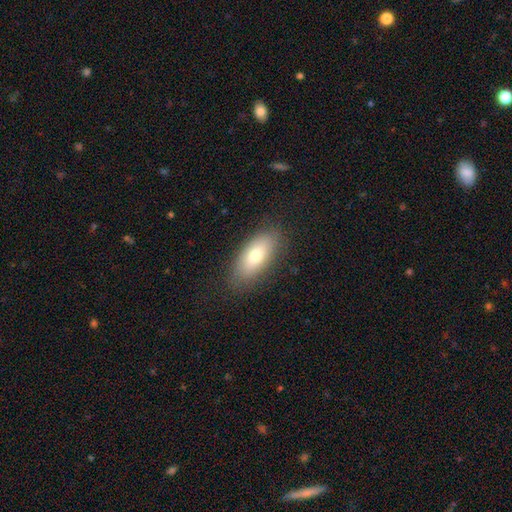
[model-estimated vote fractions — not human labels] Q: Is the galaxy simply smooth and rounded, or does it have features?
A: smooth — 72%.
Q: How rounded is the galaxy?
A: in between — 85%.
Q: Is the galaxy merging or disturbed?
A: none — 84%.